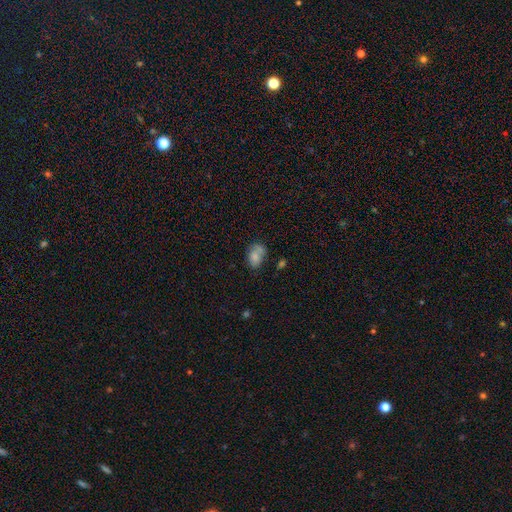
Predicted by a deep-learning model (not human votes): smooth 77%, featured or disk 14%, star or artifact 10%. Down the decision tree: how rounded — in between (80%); merging — none (46%).